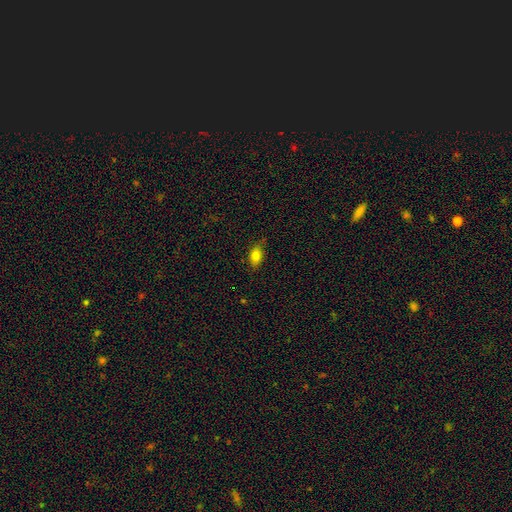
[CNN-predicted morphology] Smooth or featured: smooth — 80% (featured or disk — 10%)
How rounded: in between — 85% (round — 10%)
Merging: none — 77% (minor disturbance — 18%)